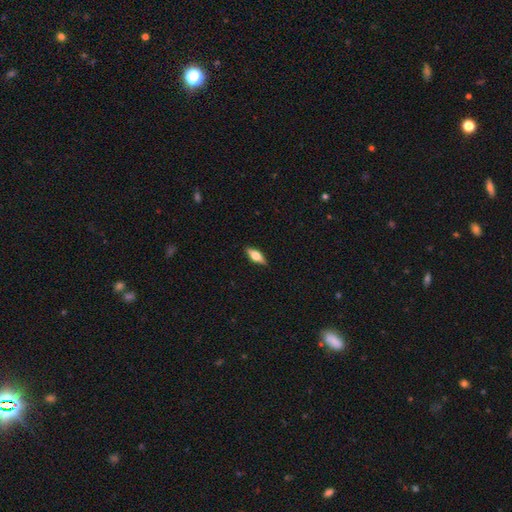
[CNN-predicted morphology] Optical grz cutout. It shows a featured or disk galaxy (50%) viewed edge-on (92%). Merging: none (89%).